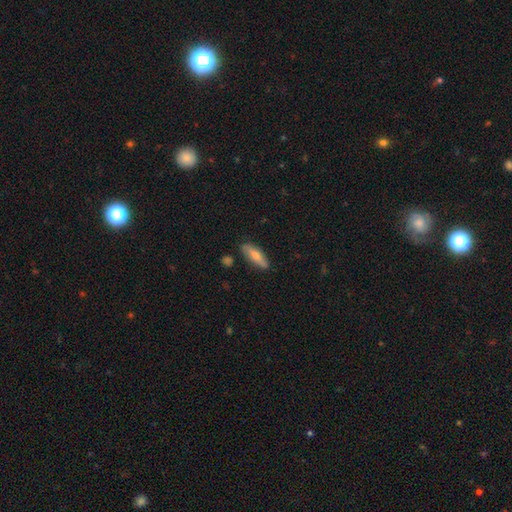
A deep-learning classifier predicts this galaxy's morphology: type=smooth (72%); roundness=in between (57%); merging=none (80%).